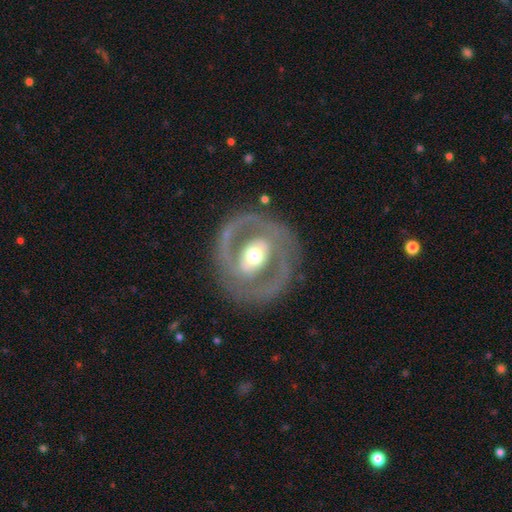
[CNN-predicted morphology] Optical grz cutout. It shows a featured or disk galaxy (78%) with no bar (35%), spiral arms (54%) and a moderate central bulge (66%). Merging: none (79%).